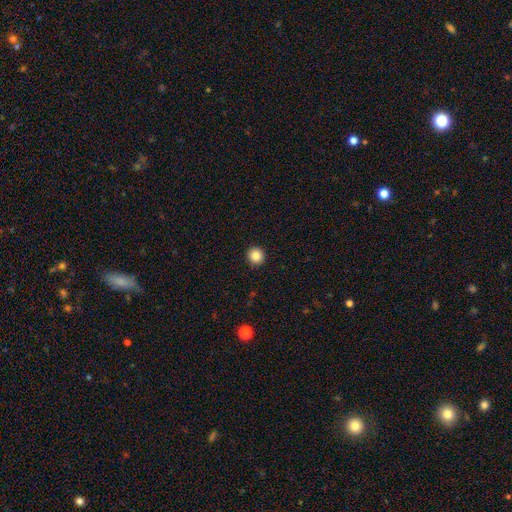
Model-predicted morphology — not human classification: Q: Smooth or featured?
A: smooth (85%); runner-up: star or artifact (10%)
Q: How rounded?
A: round (93%); runner-up: in between (6%)
Q: Merging?
A: none (93%); runner-up: minor disturbance (5%)